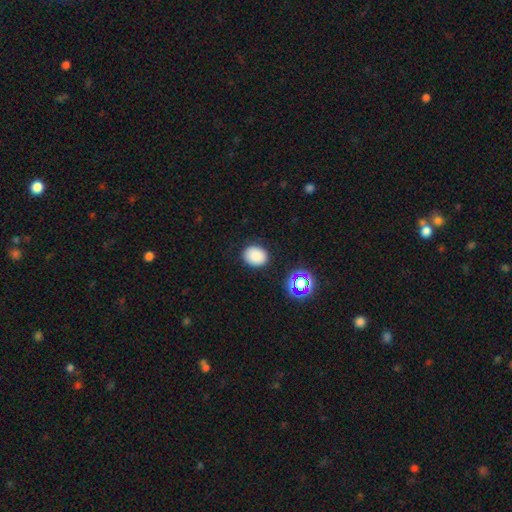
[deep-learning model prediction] This appears to be a smooth galaxy with no disk features (83%) that is round (52%). Merging: none (86%).